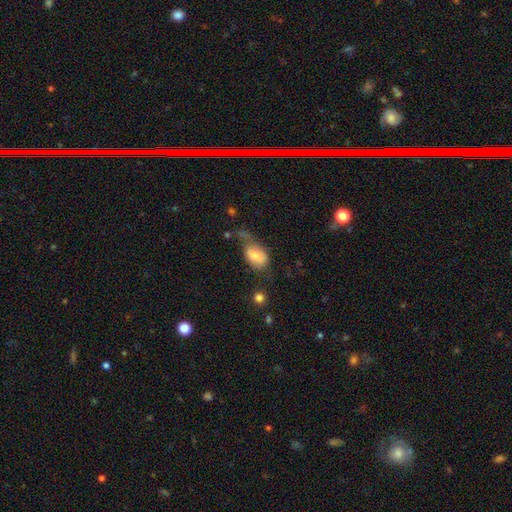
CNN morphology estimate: smooth 74%, featured or disk 18%, star or artifact 8%. Down the decision tree: how rounded — in between (87%); merging — major disturbance (31%).